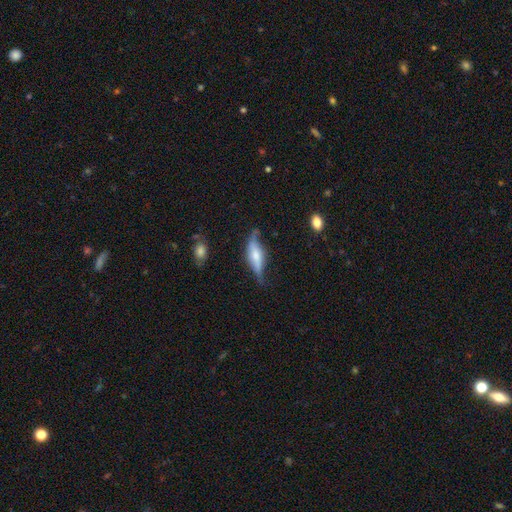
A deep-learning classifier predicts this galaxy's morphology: Q: Smooth or featured?
A: featured or disk (56%); runner-up: smooth (38%)
Q: Edge-on disk?
A: yes (77%); runner-up: no (23%)
Q: Merging?
A: none (54%); runner-up: minor disturbance (31%)